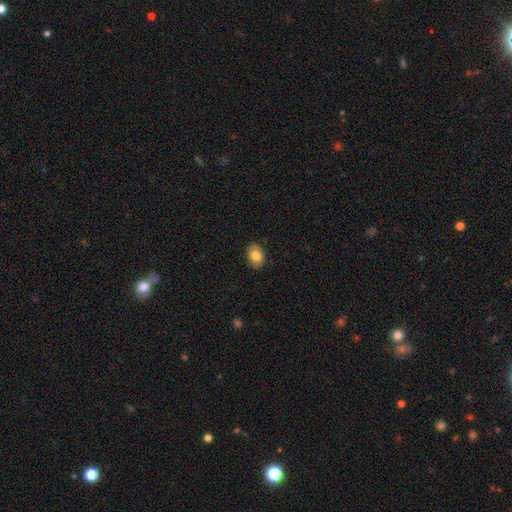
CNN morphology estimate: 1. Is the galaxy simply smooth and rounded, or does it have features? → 82% smooth, 10% featured or disk, 8% star or artifact.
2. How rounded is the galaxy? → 76% in between, 23% round, 1% cigar-shaped.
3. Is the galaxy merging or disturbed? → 86% none, 11% minor disturbance, 2% major disturbance, 1% merger.